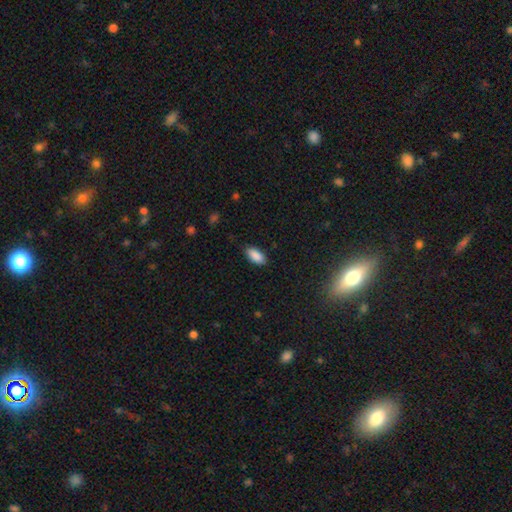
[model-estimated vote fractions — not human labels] smooth_or_featured: smooth (p=0.89) [alt: star or artifact p=0.07]
how_rounded: in between (p=0.91) [alt: cigar-shaped p=0.07]
merging: none (p=0.85) [alt: minor disturbance p=0.11]